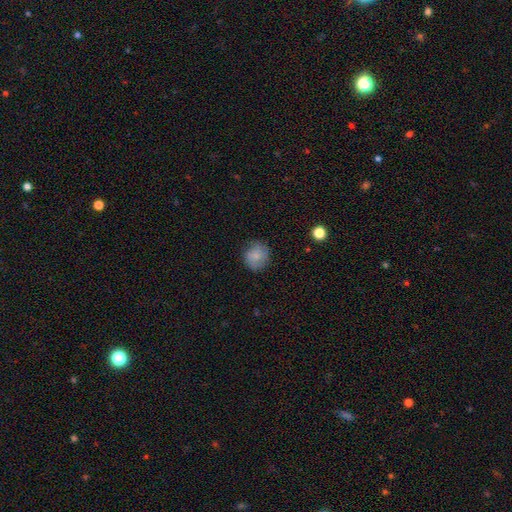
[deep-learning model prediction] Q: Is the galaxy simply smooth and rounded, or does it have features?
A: smooth — 75%.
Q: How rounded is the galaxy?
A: round — 84%.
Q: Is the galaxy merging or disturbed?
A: none — 76%.